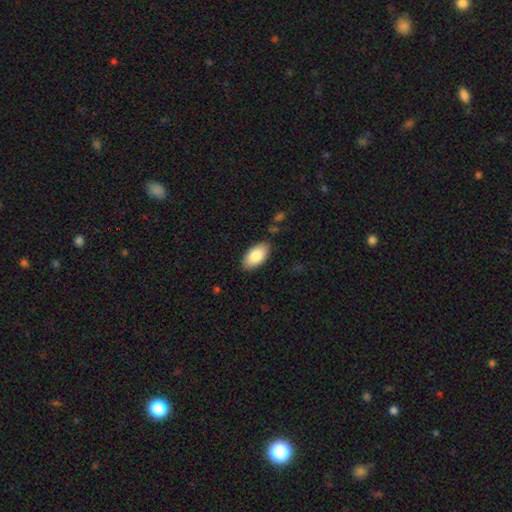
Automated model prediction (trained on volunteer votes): smooth-or-featured: smooth: 83% | featured or disk: 11% | star or artifact: 6%
  how-rounded: in between: 95% | round: 3% | cigar-shaped: 3%
  merging: none: 86% | minor disturbance: 11% | major disturbance: 2% | merger: 1%